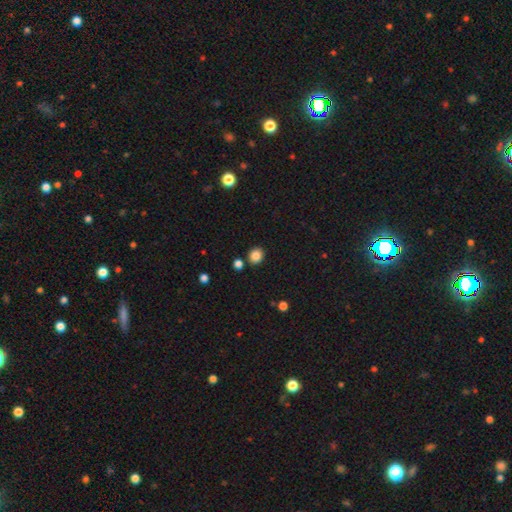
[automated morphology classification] A smooth galaxy with no disk features (85%) that is round (71%).

Vote fractions:
- Smooth or featured? smooth: 85% / star or artifact: 11% / featured or disk: 4%
- How rounded? round: 71% / in between: 28% / cigar-shaped: 1%
- Merging? none: 83% / minor disturbance: 8% / merger: 7% / major disturbance: 2%